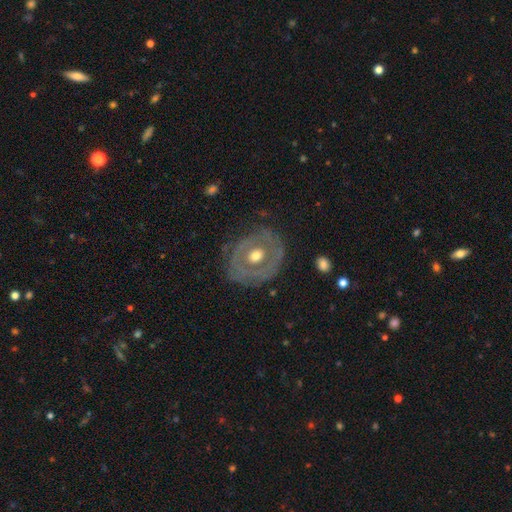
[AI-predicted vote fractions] Q: Smooth or featured?
A: featured or disk (65%); runner-up: smooth (29%)
Q: Edge-on disk?
A: no (95%); runner-up: yes (5%)
Q: Bar?
A: no (83%); runner-up: weak (13%)
Q: Spiral arms?
A: no (69%); runner-up: yes (31%)
Q: Bulge size?
A: moderate (75%); runner-up: small (12%)
Q: Merging?
A: none (71%); runner-up: minor disturbance (18%)